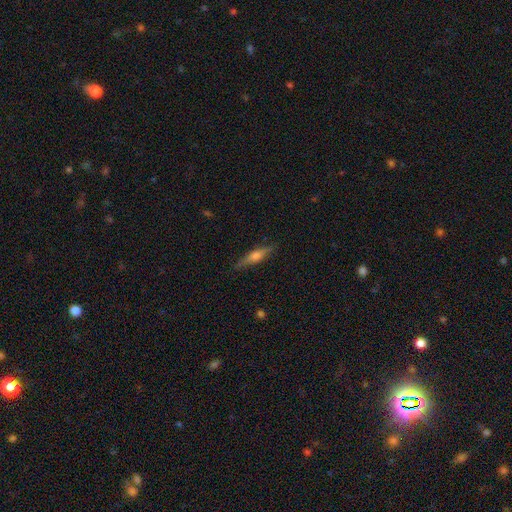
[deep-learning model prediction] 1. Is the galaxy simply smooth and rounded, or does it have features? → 62% featured or disk, 31% smooth, 7% star or artifact.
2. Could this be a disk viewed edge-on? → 96% yes, 4% no.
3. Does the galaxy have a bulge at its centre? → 86% rounded, 9% boxy, 6% none.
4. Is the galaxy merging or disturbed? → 86% none, 11% minor disturbance, 2% major disturbance, 1% merger.